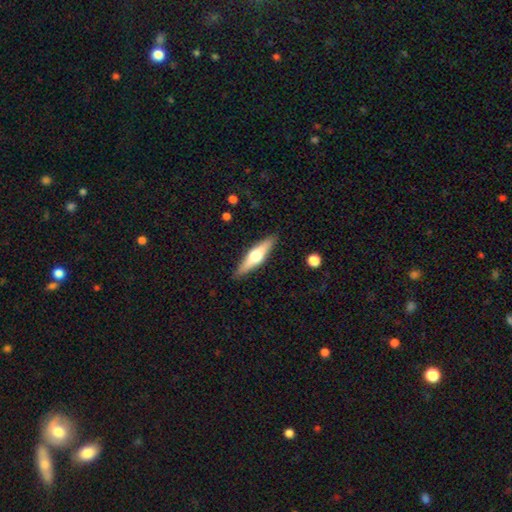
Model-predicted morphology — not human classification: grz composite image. It shows a featured or disk galaxy (54%) viewed edge-on (94%) with a rounded central bulge (94%). Merging: none (89%).